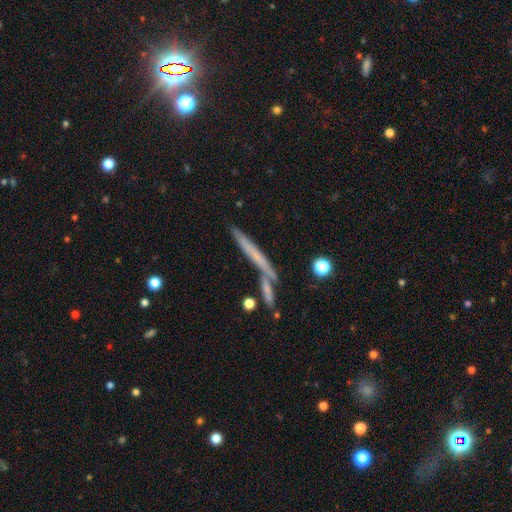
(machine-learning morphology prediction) smooth_or_featured: smooth (p=0.45) [alt: featured or disk p=0.44]
merging: none (p=0.70) [alt: minor disturbance p=0.13]